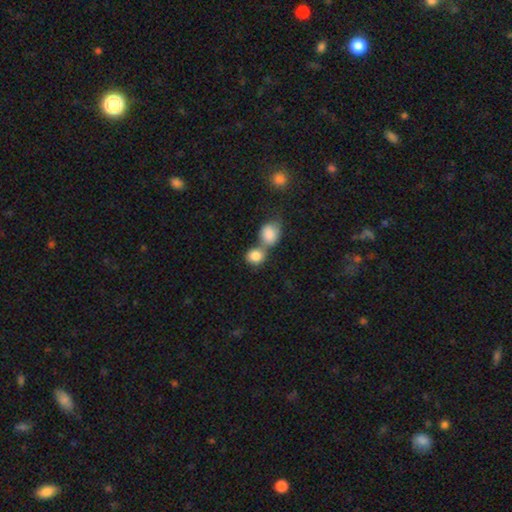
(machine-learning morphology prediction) Smooth or featured? Predicted: smooth (p=0.84). How rounded? Predicted: round (p=0.75). Merging? Predicted: merger (p=0.58).